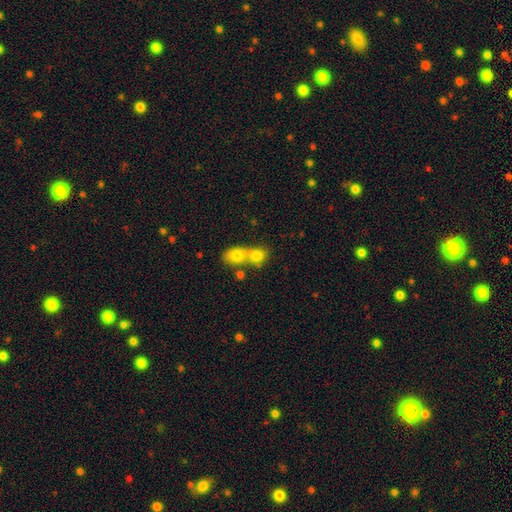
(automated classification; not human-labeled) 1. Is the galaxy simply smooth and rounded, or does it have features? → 76% smooth, 14% featured or disk, 10% star or artifact.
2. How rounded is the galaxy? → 53% round, 45% in between, 2% cigar-shaped.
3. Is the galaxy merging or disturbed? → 66% merger, 25% none, 6% minor disturbance, 3% major disturbance.